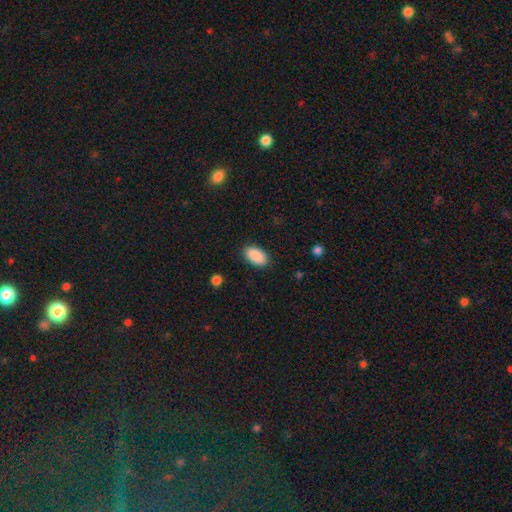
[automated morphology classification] Smooth or featured? smooth (91%)
How rounded? in between (95%)
Merging? none (88%)